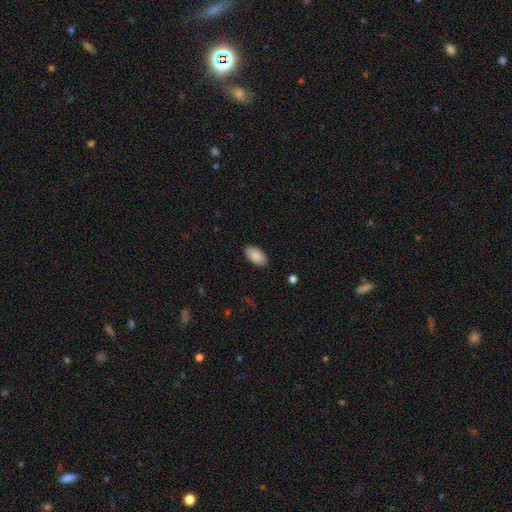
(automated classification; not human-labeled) This appears to be a smooth galaxy with no disk features (89%) that is in between round and cigar-shaped (95%). Merging: none (89%).